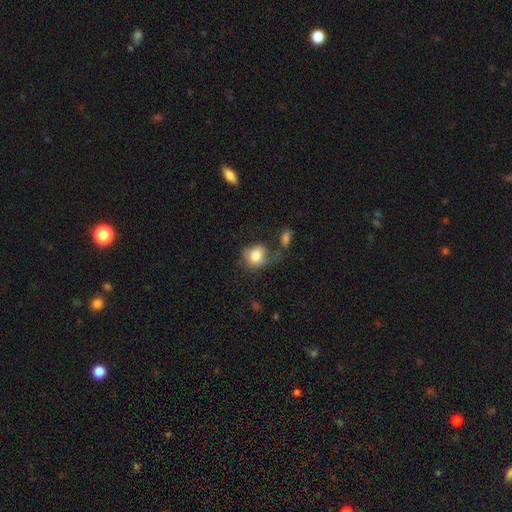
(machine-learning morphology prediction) A smooth galaxy with no disk features (78%) that is round (56%). Merging: none (37%).